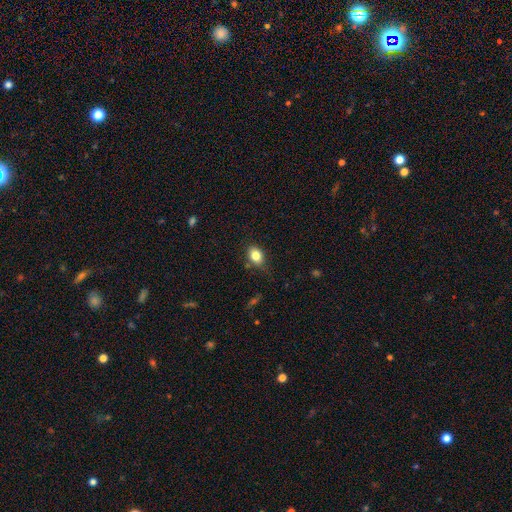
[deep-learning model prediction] Q: Smooth or featured?
A: smooth (81%); runner-up: featured or disk (9%)
Q: How rounded?
A: in between (70%); runner-up: round (28%)
Q: Merging?
A: none (72%); runner-up: minor disturbance (20%)